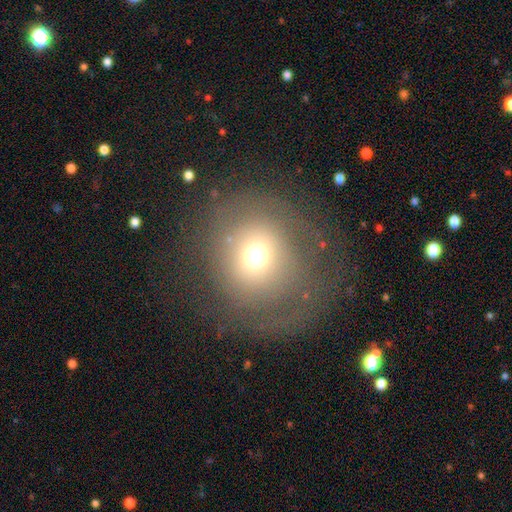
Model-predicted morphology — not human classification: The model was most divided on "smooth or featured": smooth: 61%, star or artifact: 20%, featured or disk: 19%. More confident: how rounded — round (89%); merging — none (62%).